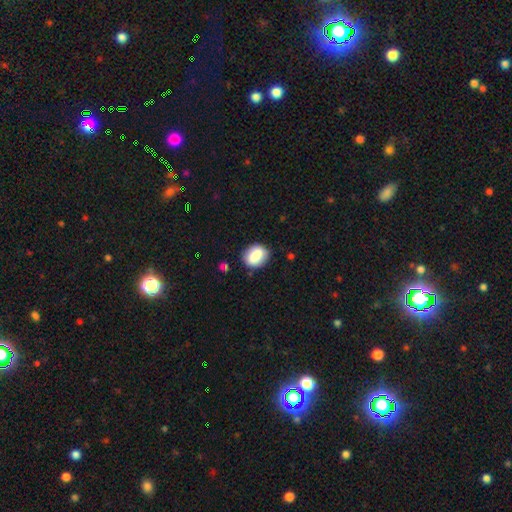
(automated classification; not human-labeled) Smooth or featured: smooth — 83% (featured or disk — 9%)
How rounded: in between — 57% (round — 41%)
Merging: none — 80% (minor disturbance — 14%)